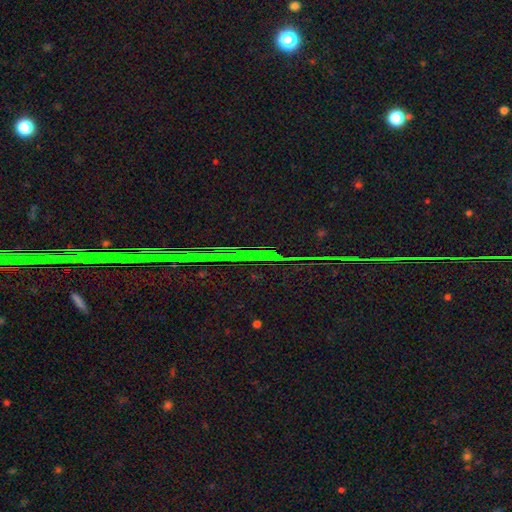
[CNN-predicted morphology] type=star or artifact (87%).